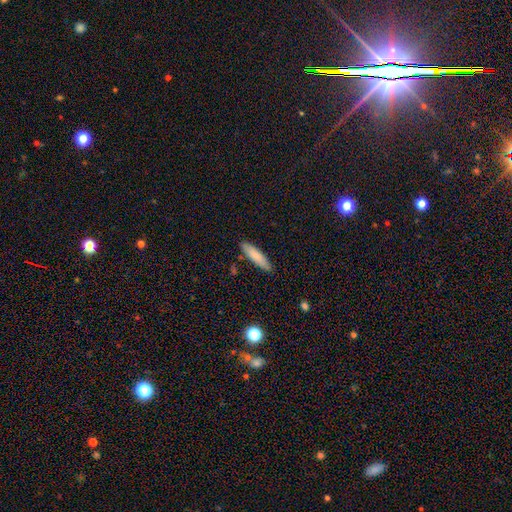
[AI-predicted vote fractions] This appears to be a smooth galaxy with no disk features (82%) that is cigar-shaped (76%). Merging: none (85%).